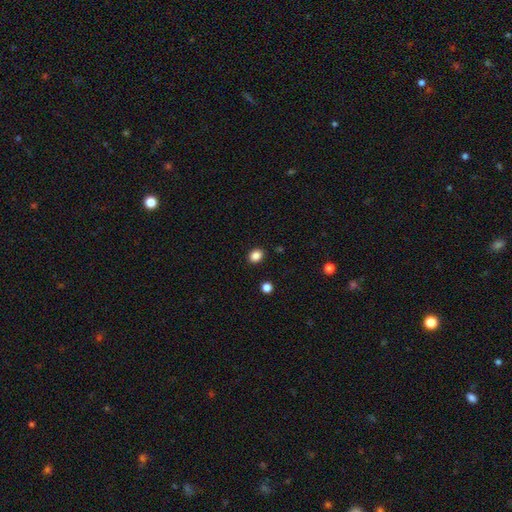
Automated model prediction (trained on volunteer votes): Smooth or featured? Predicted: smooth (p=0.86). How rounded? Predicted: round (p=0.54). Merging? Predicted: none (p=0.90).